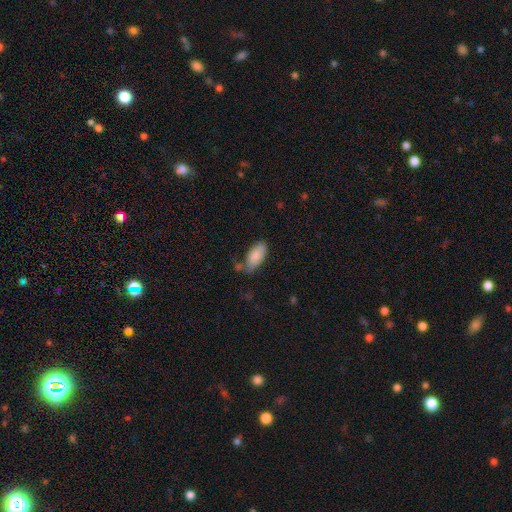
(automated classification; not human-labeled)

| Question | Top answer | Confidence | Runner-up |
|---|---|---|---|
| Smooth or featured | smooth | 86% | featured or disk (7%) |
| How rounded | in between | 91% | cigar-shaped (7%) |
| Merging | none | 57% | minor disturbance (26%) |